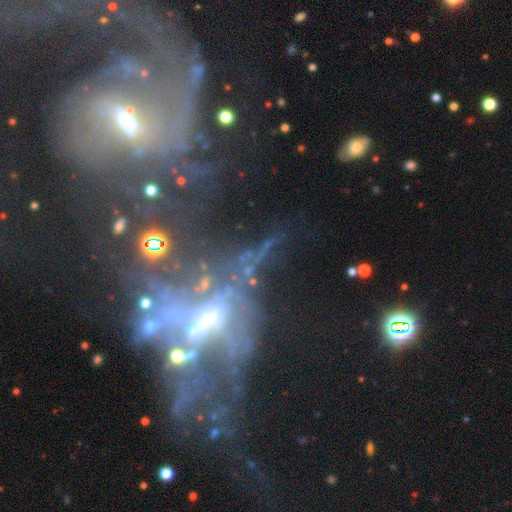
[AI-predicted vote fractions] Smooth or featured?
  - featured or disk: 55% *
  - star or artifact: 30%
  - smooth: 14%
Edge-on disk?
  - no: 89% *
  - yes: 11%
Merging?
  - major disturbance: 35% *
  - merger: 30%
  - none: 24%
  - minor disturbance: 11%